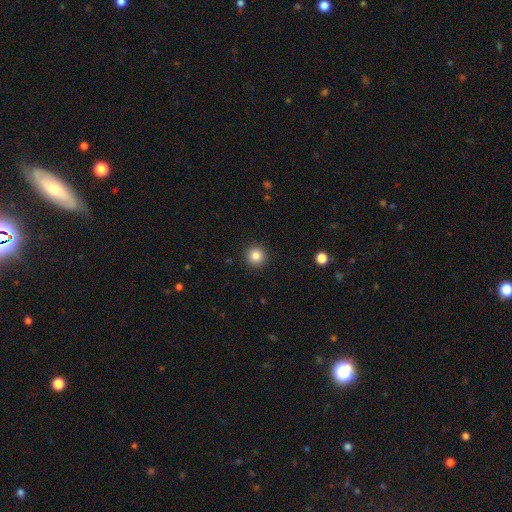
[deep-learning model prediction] Q: Smooth or featured?
A: smooth (85%); runner-up: star or artifact (10%)
Q: How rounded?
A: round (95%); runner-up: in between (4%)
Q: Merging?
A: none (92%); runner-up: minor disturbance (5%)